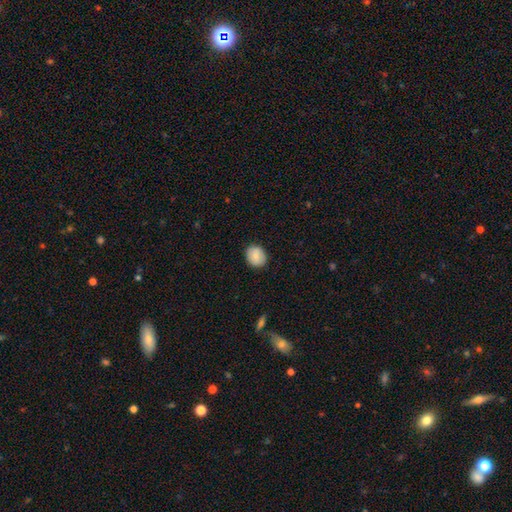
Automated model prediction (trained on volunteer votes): smooth 83%, featured or disk 9%, star or artifact 7%. Down the decision tree: how rounded — round (62%); merging — none (87%).